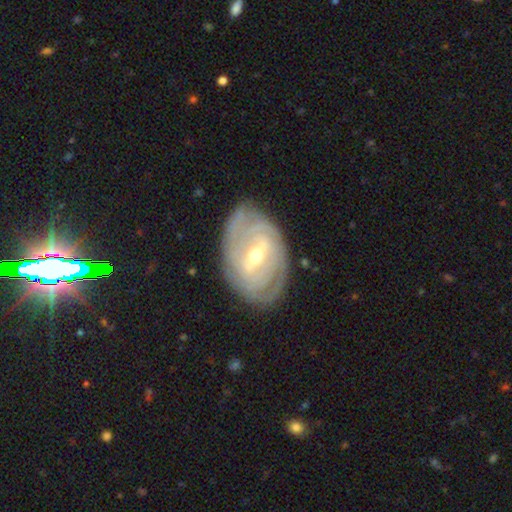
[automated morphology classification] smooth-or-featured: featured or disk: 85% | smooth: 10% | star or artifact: 5%
  disk-edge-on: no: 95% | yes: 5%
    bar: weak: 47% | strong: 39% | no: 14%
    has-spiral-arms: yes: 91% | no: 9%
      spiral-winding: tight: 78% | medium: 17% | loose: 5%
      spiral-arm-count: can't tell: 43% | 2: 21% | 3: 15% | 4: 12% | more than 4: 6% | 1: 5%
    bulge-size: moderate: 53% | small: 43% | large: 2% | none: 1% | dominant: 1%
  merging: none: 78% | minor disturbance: 16% | major disturbance: 5% | merger: 1%